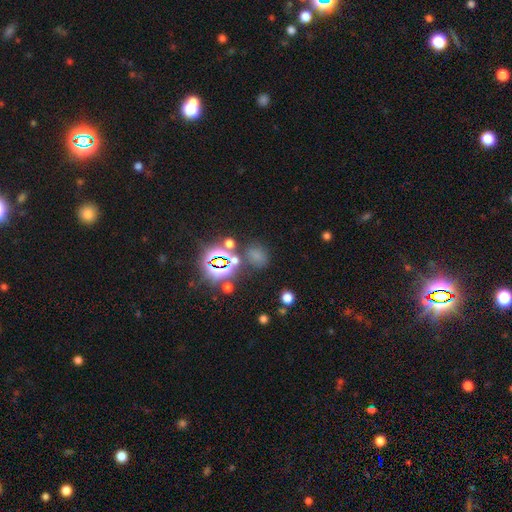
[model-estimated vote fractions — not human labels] Smooth or featured? Predicted: smooth (p=0.56). How rounded? Predicted: round (p=0.53). Merging? Predicted: none (p=0.67).